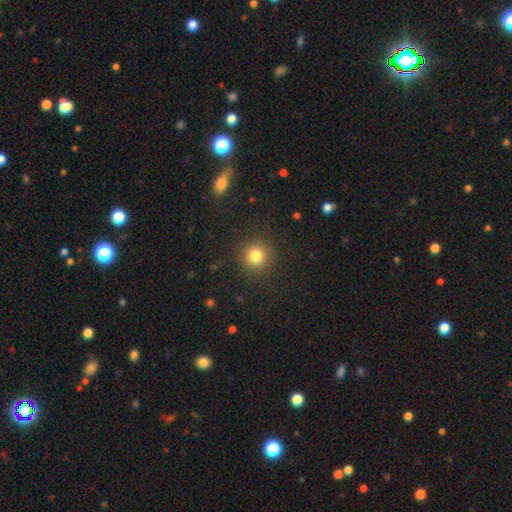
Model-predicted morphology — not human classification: A smooth galaxy with no disk features (81%) that is round (94%).

Vote fractions:
- Smooth or featured? smooth: 81% / star or artifact: 13% / featured or disk: 6%
- How rounded? round: 94% / in between: 5% / cigar-shaped: 1%
- Merging? none: 90% / minor disturbance: 6% / major disturbance: 3% / merger: 1%